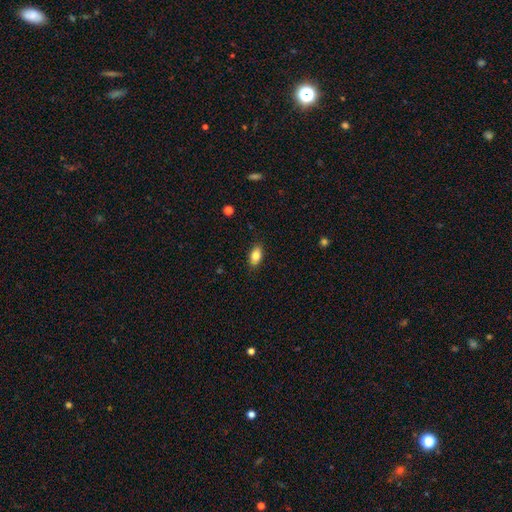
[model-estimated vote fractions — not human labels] smooth-or-featured: smooth: 83% | featured or disk: 9% | star or artifact: 8%
  how-rounded: in between: 89% | round: 5% | cigar-shaped: 5%
  merging: none: 87% | minor disturbance: 10% | major disturbance: 2% | merger: 1%